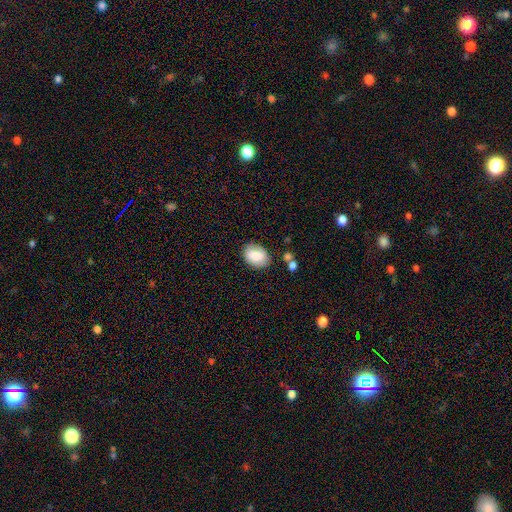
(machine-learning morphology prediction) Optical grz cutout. It shows a smooth galaxy with no disk features (80%) that is in between round and cigar-shaped (76%). Merging: none (77%).